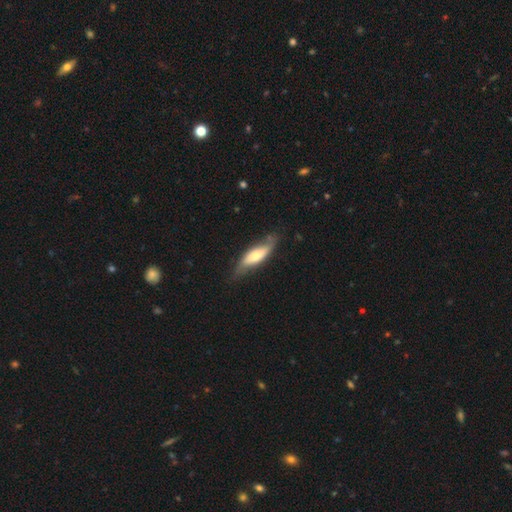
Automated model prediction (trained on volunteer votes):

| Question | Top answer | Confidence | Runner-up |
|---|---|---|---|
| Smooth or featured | smooth | 51% | featured or disk (44%) |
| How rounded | in between | 53% | cigar-shaped (45%) |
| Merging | none | 67% | minor disturbance (25%) |